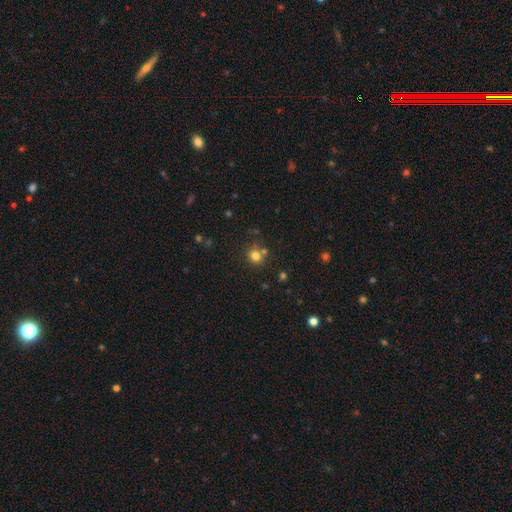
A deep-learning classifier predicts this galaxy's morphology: smooth 77%, star or artifact 15%, featured or disk 8%. Down the decision tree: how rounded — round (82%); merging — none (68%).